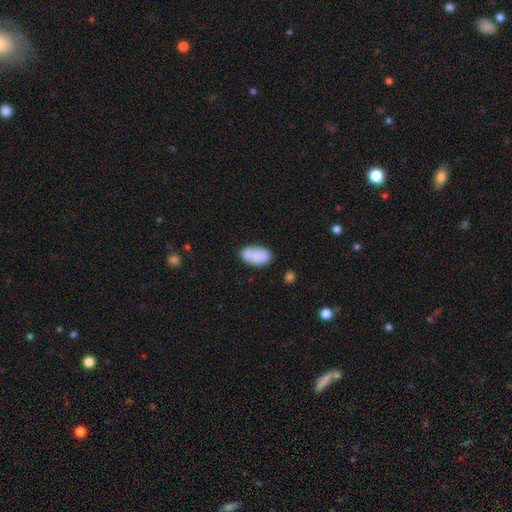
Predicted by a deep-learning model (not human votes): smooth-or-featured: smooth: 79% | featured or disk: 13% | star or artifact: 7%
  how-rounded: in between: 93% | round: 5% | cigar-shaped: 2%
  merging: none: 62% | minor disturbance: 20% | merger: 12% | major disturbance: 6%